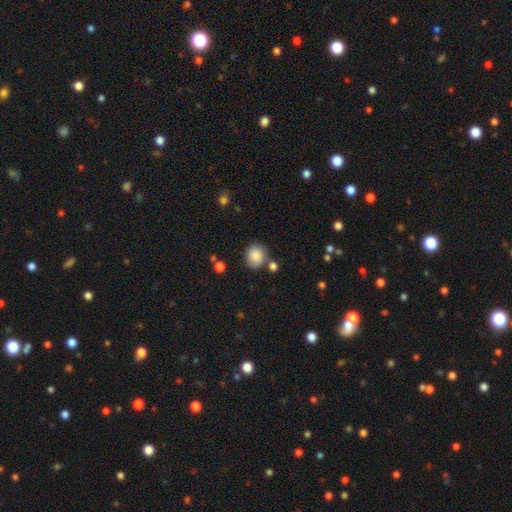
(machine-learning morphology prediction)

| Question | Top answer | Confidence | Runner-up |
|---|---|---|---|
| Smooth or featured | smooth | 86% | star or artifact (8%) |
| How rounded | round | 74% | in between (25%) |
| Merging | none | 71% | minor disturbance (15%) |